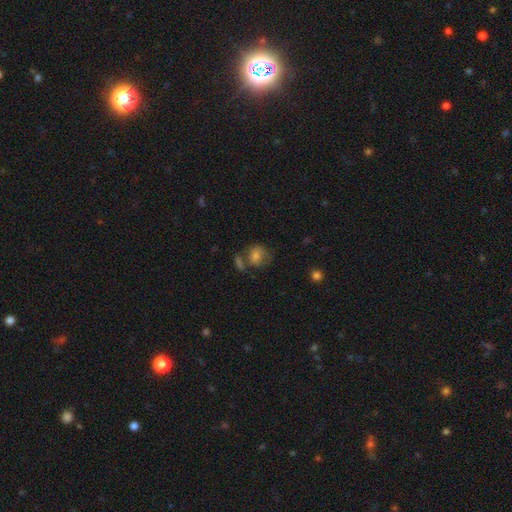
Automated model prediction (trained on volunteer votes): A smooth galaxy with no disk features (69%) that is round (66%). Merging: none (47%).